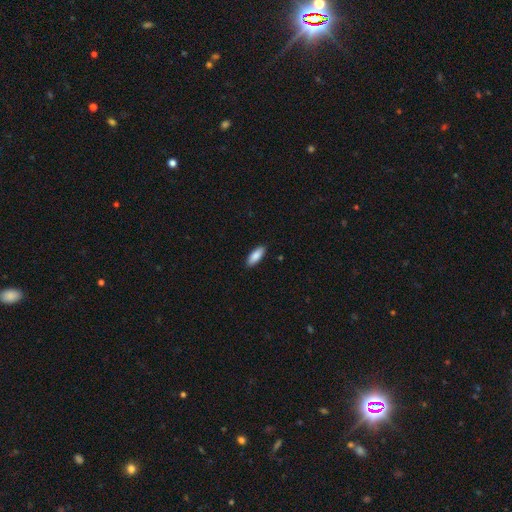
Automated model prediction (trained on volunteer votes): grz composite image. It shows a smooth galaxy with no disk features (88%) that is in between round and cigar-shaped (77%). Merging: none (88%).